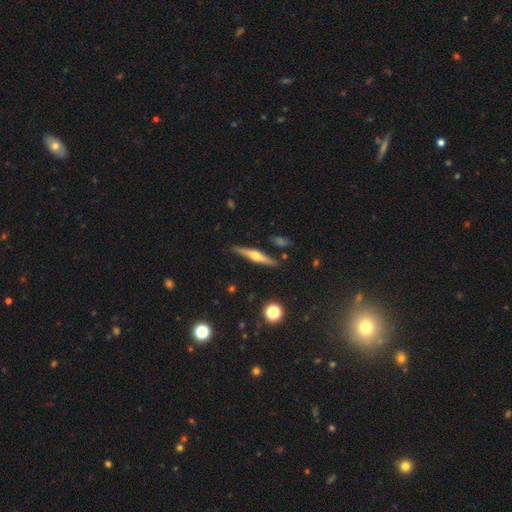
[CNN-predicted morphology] Smooth or featured?
  - featured or disk: 65% *
  - smooth: 28%
  - star or artifact: 6%
Edge-on disk?
  - yes: 97% *
  - no: 3%
Edge-on bulge?
  - rounded: 90% *
  - boxy: 5%
  - none: 5%
Merging?
  - none: 88% *
  - minor disturbance: 8%
  - merger: 2%
  - major disturbance: 2%